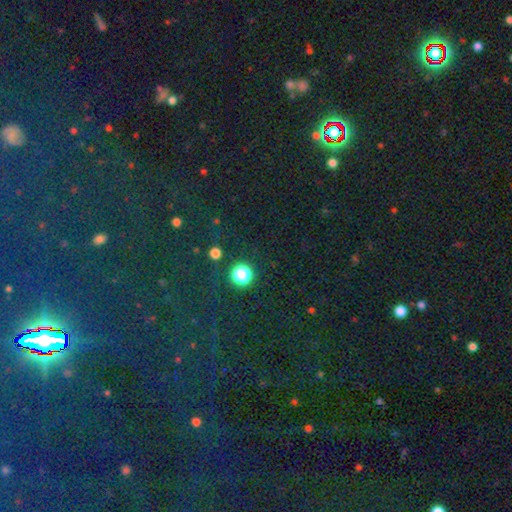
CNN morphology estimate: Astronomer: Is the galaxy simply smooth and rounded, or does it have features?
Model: star or artifact — 83%.